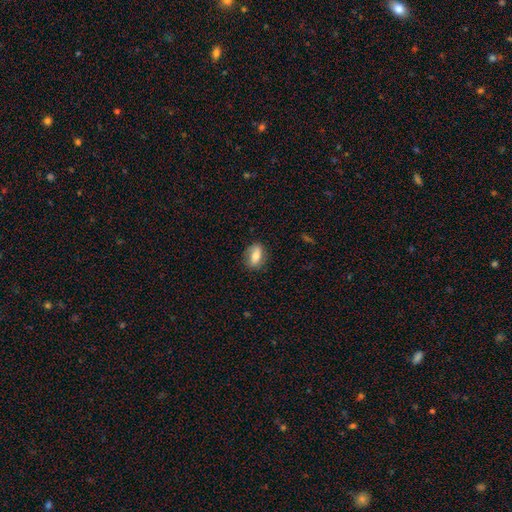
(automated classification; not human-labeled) A smooth galaxy with no disk features (68%) that is in between round and cigar-shaped (80%). Merging: none (81%).